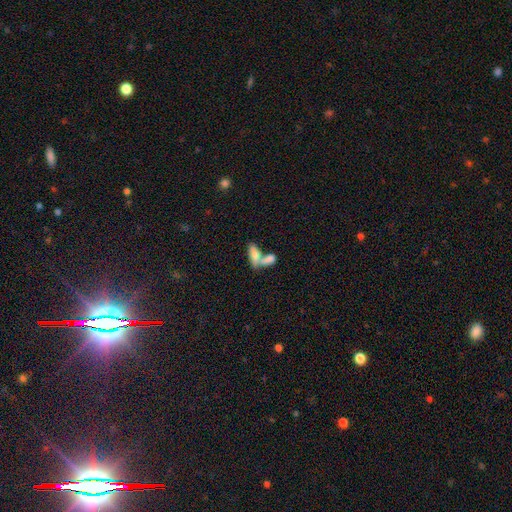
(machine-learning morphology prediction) This appears to be a smooth galaxy with no disk features (71%) that is in between round and cigar-shaped (71%). Merging: merger (66%).